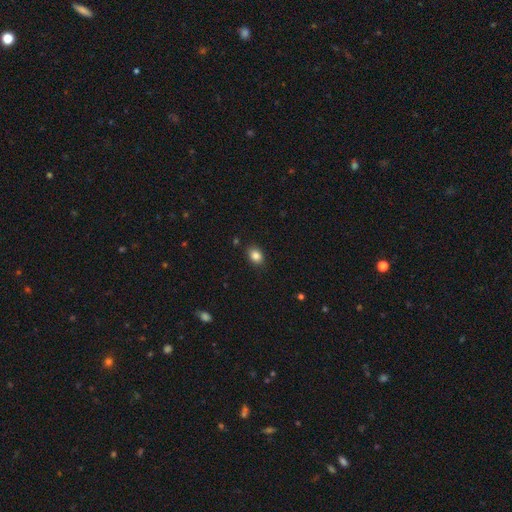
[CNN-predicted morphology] smooth_or_featured: smooth (p=0.85) [alt: star or artifact p=0.10]
how_rounded: in between (p=0.67) [alt: round p=0.32]
merging: none (p=0.87) [alt: minor disturbance p=0.10]